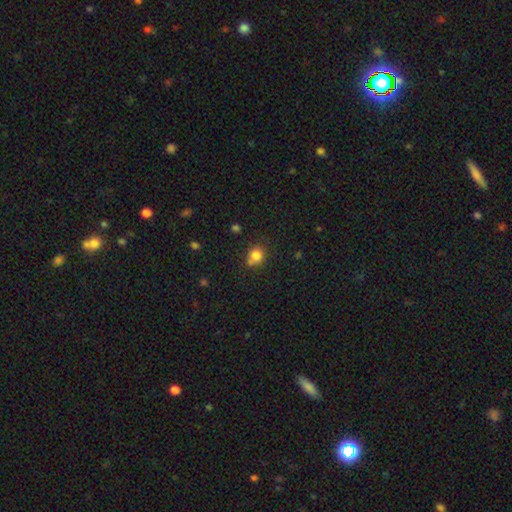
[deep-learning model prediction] smooth_or_featured: smooth (p=0.81) [alt: star or artifact p=0.12]
how_rounded: round (p=0.78) [alt: in between p=0.21]
merging: none (p=0.62) [alt: minor disturbance p=0.19]